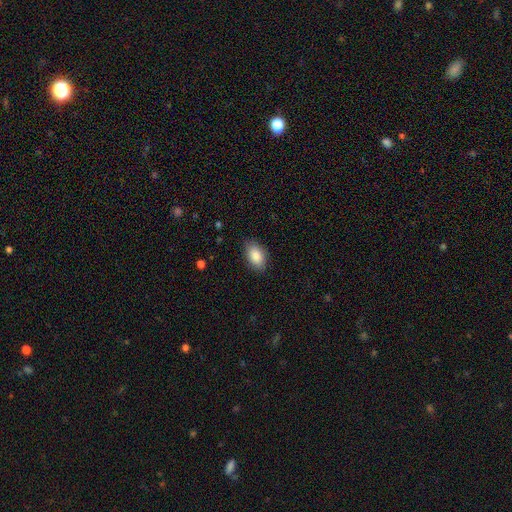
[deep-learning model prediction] Smooth or featured? smooth (86%)
How rounded? in between (91%)
Merging? none (84%)